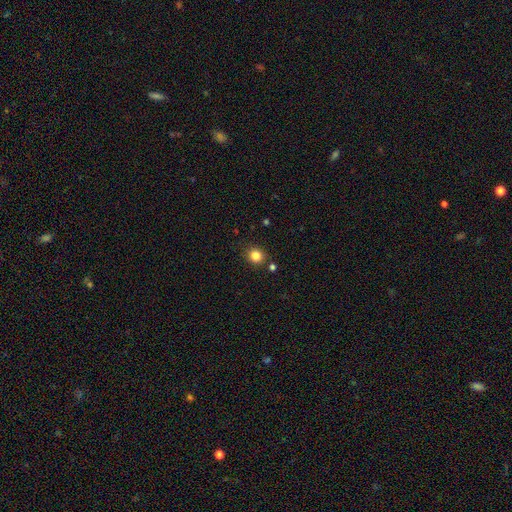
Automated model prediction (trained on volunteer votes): This appears to be a smooth galaxy with no disk features (84%) that is round (83%). Merging: none (86%).